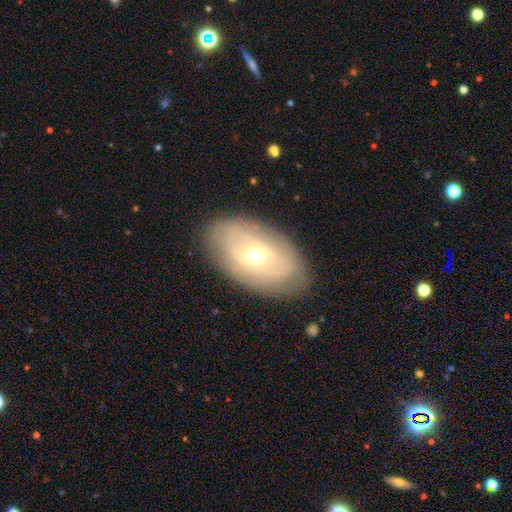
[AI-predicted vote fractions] Smooth or featured: featured or disk — 61% (smooth — 32%)
Edge-on disk: no — 90% (yes — 10%)
Bar: weak — 44% (no — 36%)
Spiral arms: yes — 53% (no — 47%)
Bulge size: moderate — 62% (small — 32%)
Merging: none — 82% (minor disturbance — 13%)